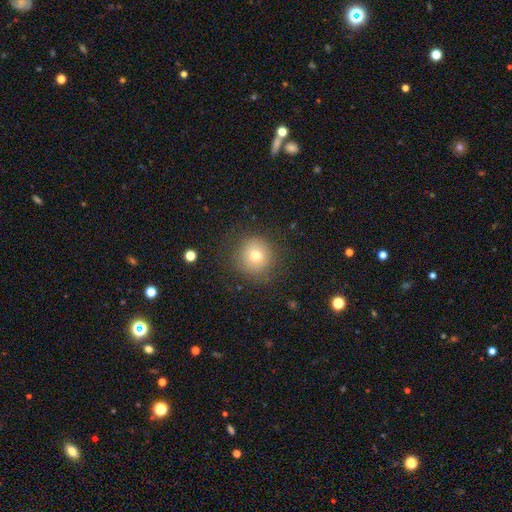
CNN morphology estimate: Smooth or featured: smooth — 72% (featured or disk — 15%)
How rounded: round — 92% (in between — 7%)
Merging: none — 82% (minor disturbance — 11%)